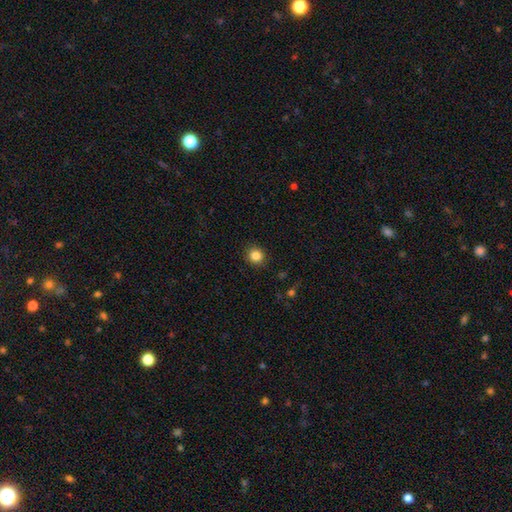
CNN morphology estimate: The model was most divided on "smooth or featured": smooth: 85%, star or artifact: 11%, featured or disk: 4%. More confident: merging — none (90%); how rounded — round (89%).